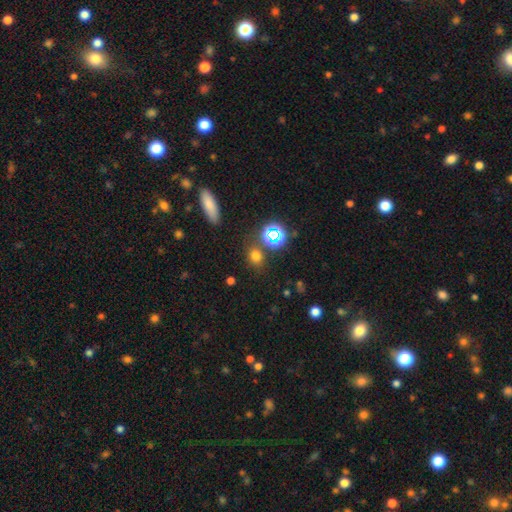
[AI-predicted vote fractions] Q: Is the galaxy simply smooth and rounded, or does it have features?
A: smooth — 68%.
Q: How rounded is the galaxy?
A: round — 66%.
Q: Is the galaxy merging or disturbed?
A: none — 78%.